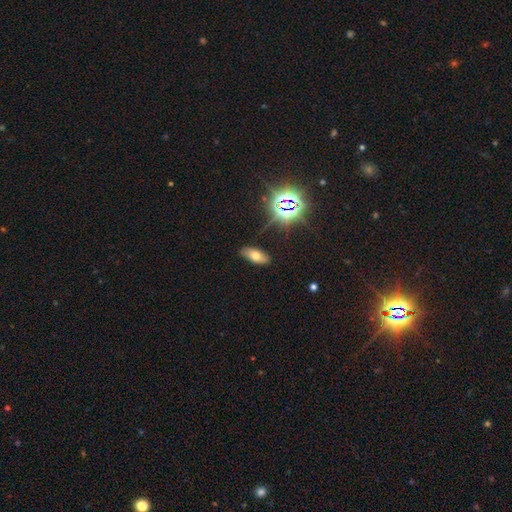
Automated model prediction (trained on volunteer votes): Smooth or featured: smooth — 60% (star or artifact — 22%)
How rounded: in between — 86% (cigar-shaped — 11%)
Merging: none — 86% (minor disturbance — 10%)